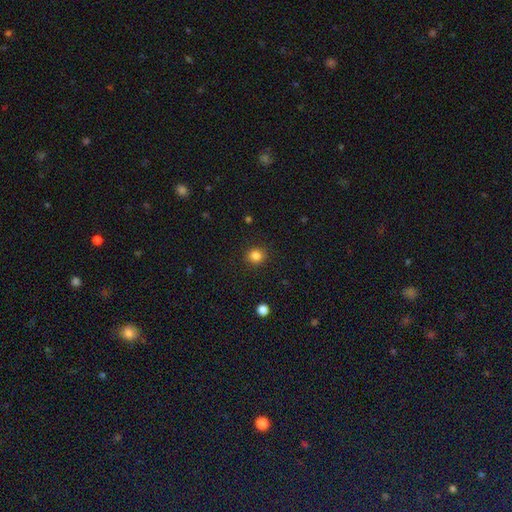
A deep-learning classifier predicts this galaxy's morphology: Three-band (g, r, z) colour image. It shows a smooth galaxy with no disk features (84%) that is round (82%). Merging: none (90%).